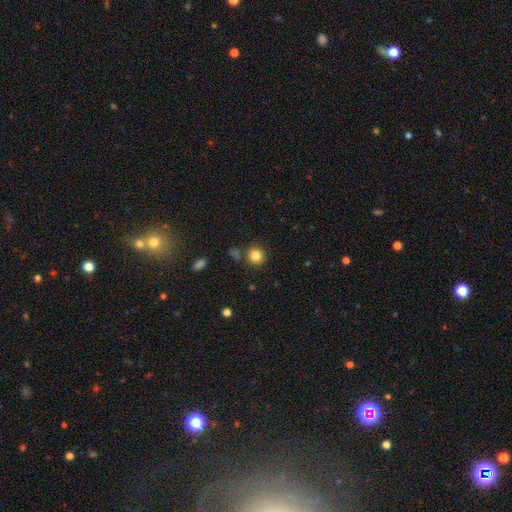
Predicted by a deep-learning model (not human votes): Smooth or featured: smooth — 83% (star or artifact — 11%)
How rounded: round — 91% (in between — 8%)
Merging: none — 83% (minor disturbance — 9%)